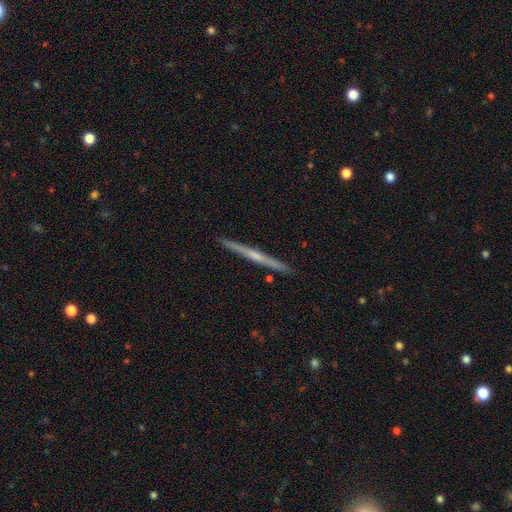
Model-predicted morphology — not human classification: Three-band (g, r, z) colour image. It shows a featured or disk galaxy (72%) viewed edge-on (98%) with a rounded central bulge (56%). Merging: none (92%).